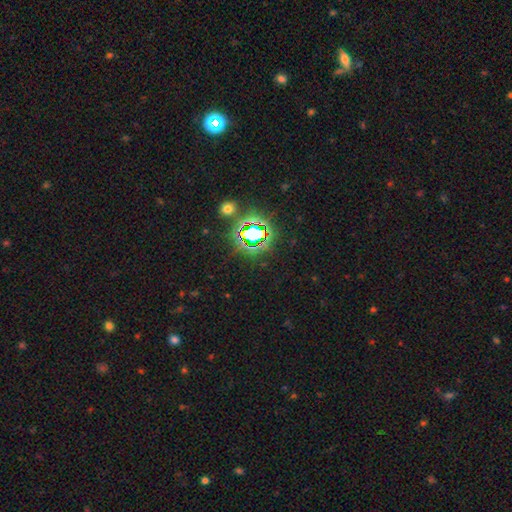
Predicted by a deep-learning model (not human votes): Q: Smooth or featured?
A: star or artifact (79%); runner-up: smooth (13%)